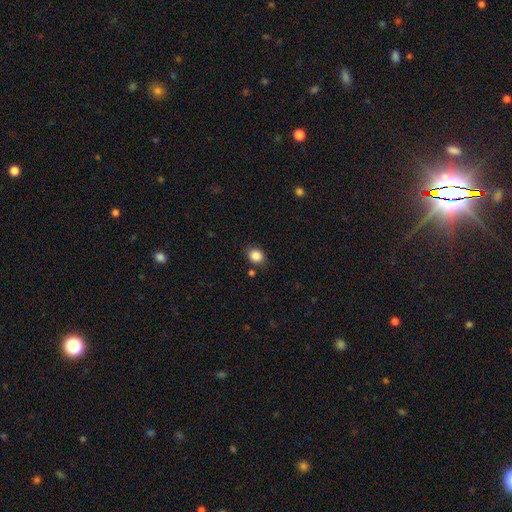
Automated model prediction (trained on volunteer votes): A smooth galaxy with no disk features (86%) that is round (56%). Merging: none (82%).